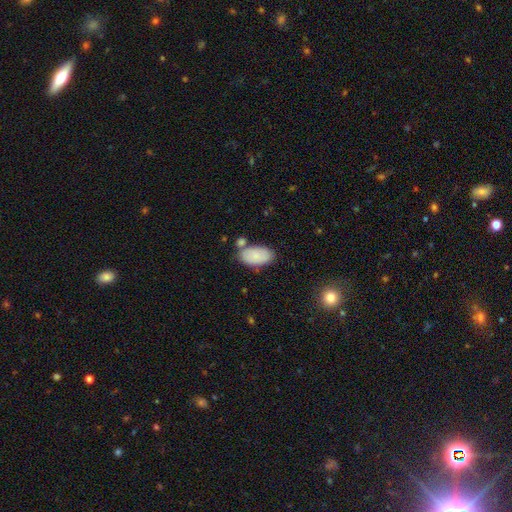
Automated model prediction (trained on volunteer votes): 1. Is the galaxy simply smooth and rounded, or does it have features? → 85% smooth, 9% featured or disk, 6% star or artifact.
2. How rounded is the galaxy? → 96% in between, 3% round, 2% cigar-shaped.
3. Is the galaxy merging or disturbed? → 66% none, 17% minor disturbance, 13% merger, 4% major disturbance.